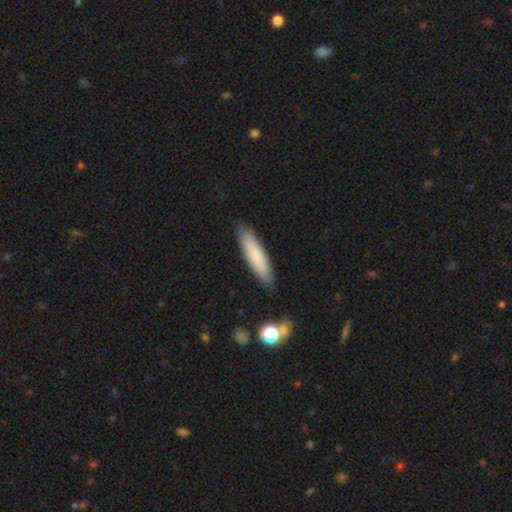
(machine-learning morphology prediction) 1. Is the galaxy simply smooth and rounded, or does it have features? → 77% smooth, 17% featured or disk, 6% star or artifact.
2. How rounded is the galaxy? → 79% cigar-shaped, 20% in between, 1% round.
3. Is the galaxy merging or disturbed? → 86% none, 10% minor disturbance, 2% major disturbance, 2% merger.